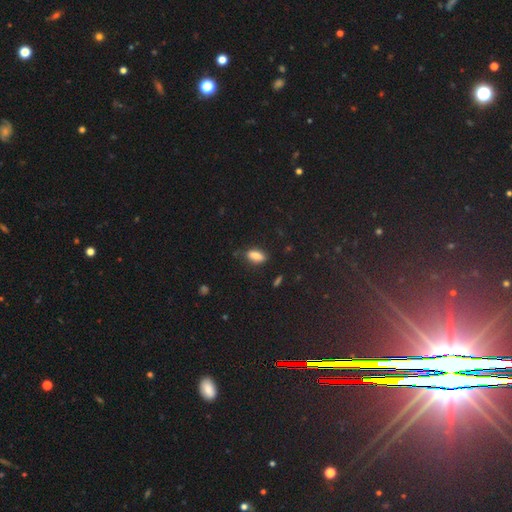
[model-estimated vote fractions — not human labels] Smooth or featured? smooth (83%)
How rounded? in between (84%)
Merging? none (75%)